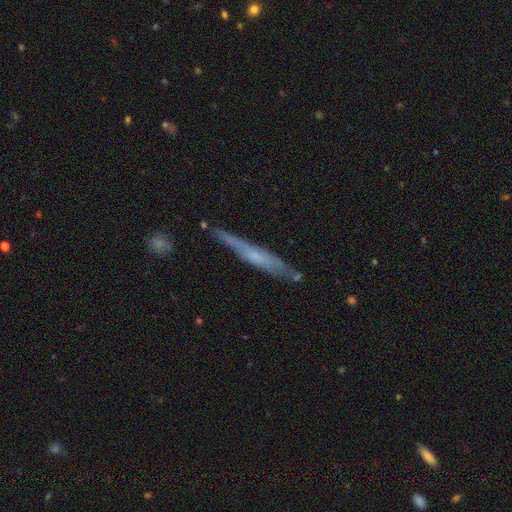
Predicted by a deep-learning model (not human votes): Smooth or featured? Predicted: featured or disk (p=0.55). Edge-on disk? Predicted: yes (p=0.92). Edge-on bulge? Predicted: none (p=0.56). Merging? Predicted: none (p=0.77).